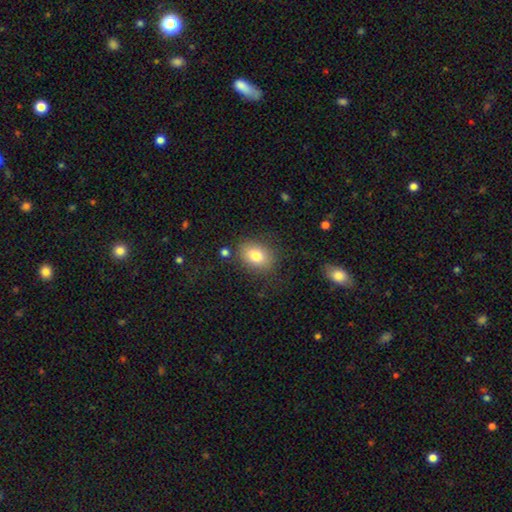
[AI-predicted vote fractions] Smooth or featured?
  - smooth: 80% *
  - featured or disk: 11%
  - star or artifact: 9%
How rounded?
  - in between: 64% *
  - round: 35%
  - cigar-shaped: 1%
Merging?
  - none: 81% *
  - minor disturbance: 12%
  - major disturbance: 4%
  - merger: 3%